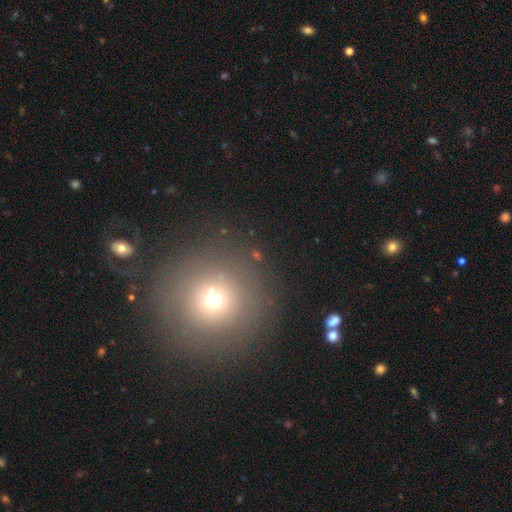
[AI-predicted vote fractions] The model was most divided on "smooth or featured": smooth: 60%, star or artifact: 28%, featured or disk: 12%. More confident: how rounded — round (93%); merging — none (80%).